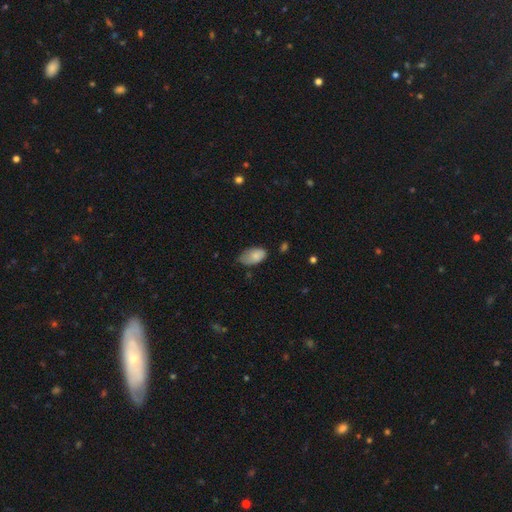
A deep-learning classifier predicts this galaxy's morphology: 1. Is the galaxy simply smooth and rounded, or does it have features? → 80% smooth, 13% featured or disk, 7% star or artifact.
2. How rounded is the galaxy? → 93% in between, 5% round, 2% cigar-shaped.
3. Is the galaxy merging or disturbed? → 48% none, 40% minor disturbance, 10% major disturbance, 2% merger.